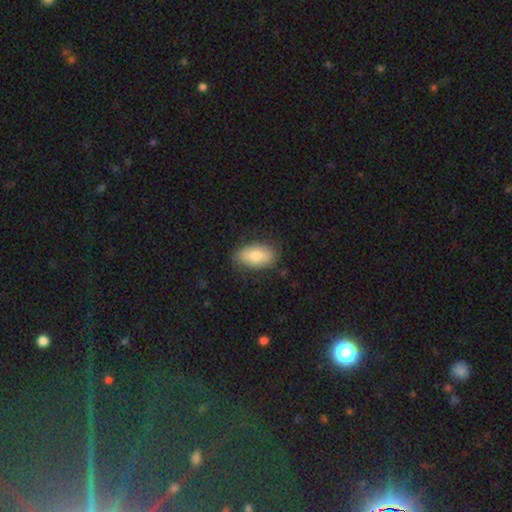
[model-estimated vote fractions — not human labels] Q: Smooth or featured?
A: smooth (78%); runner-up: featured or disk (15%)
Q: How rounded?
A: in between (92%); runner-up: round (5%)
Q: Merging?
A: none (81%); runner-up: minor disturbance (15%)